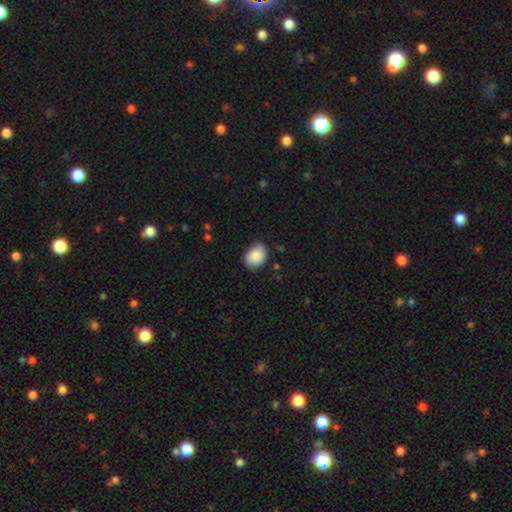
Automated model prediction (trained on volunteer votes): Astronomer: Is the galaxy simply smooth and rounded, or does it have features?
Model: smooth — 88%.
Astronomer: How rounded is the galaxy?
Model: in between — 66%.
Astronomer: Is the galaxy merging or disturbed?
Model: none — 77%.